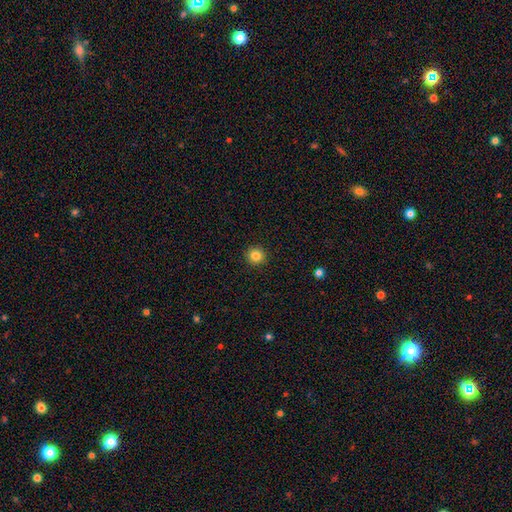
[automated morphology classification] Smooth or featured: smooth — 84% (star or artifact — 11%)
How rounded: round — 95% (in between — 4%)
Merging: none — 93% (minor disturbance — 4%)